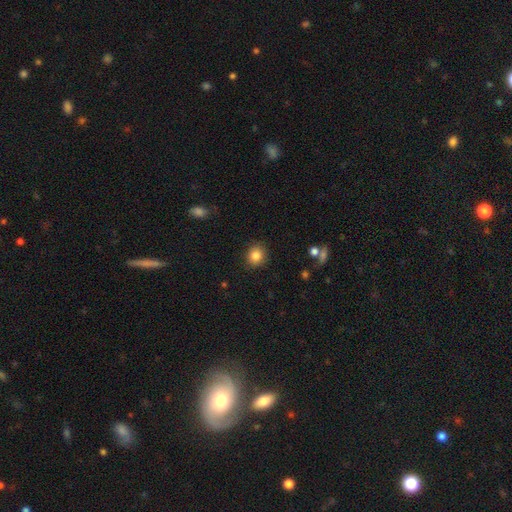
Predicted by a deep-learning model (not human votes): Smooth or featured: smooth — 85% (star or artifact — 10%)
How rounded: round — 82% (in between — 17%)
Merging: none — 89% (minor disturbance — 7%)